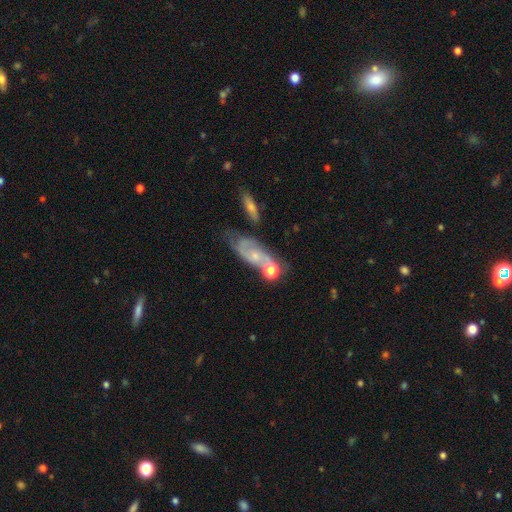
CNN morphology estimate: The model was most divided on "merging": none: 41%, merger: 24%, minor disturbance: 21%, major disturbance: 14%. More confident: edge-on disk — no (90%); spiral arms — yes (82%); bar — no (72%); bulge size — small (65%); smooth or featured — featured or disk (64%).